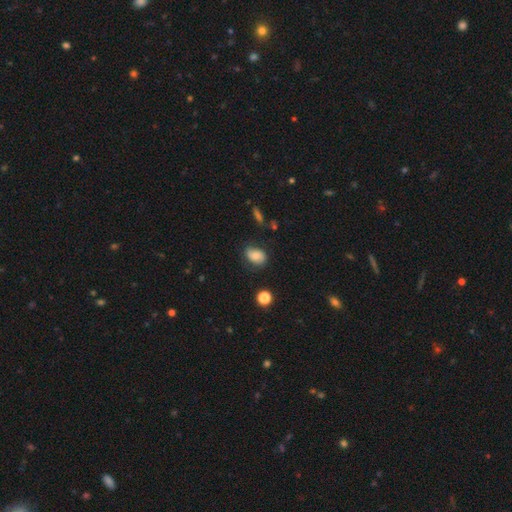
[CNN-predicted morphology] Smooth or featured?
  - smooth: 74% *
  - featured or disk: 16%
  - star or artifact: 10%
How rounded?
  - in between: 76% *
  - round: 22%
  - cigar-shaped: 1%
Merging?
  - none: 65% *
  - minor disturbance: 25%
  - major disturbance: 8%
  - merger: 3%